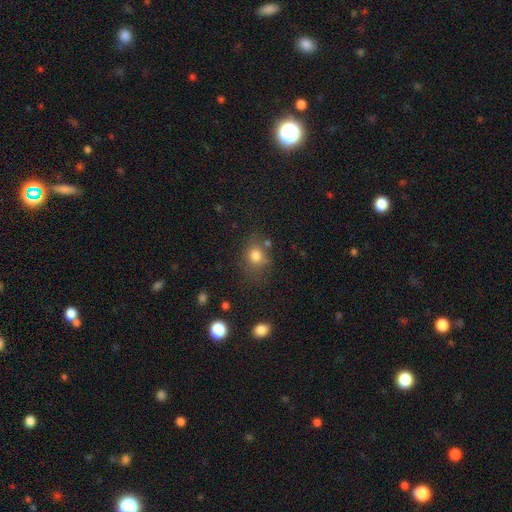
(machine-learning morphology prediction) smooth 77%, star or artifact 14%, featured or disk 9%. Down the decision tree: how rounded — round (62%); merging — none (62%).